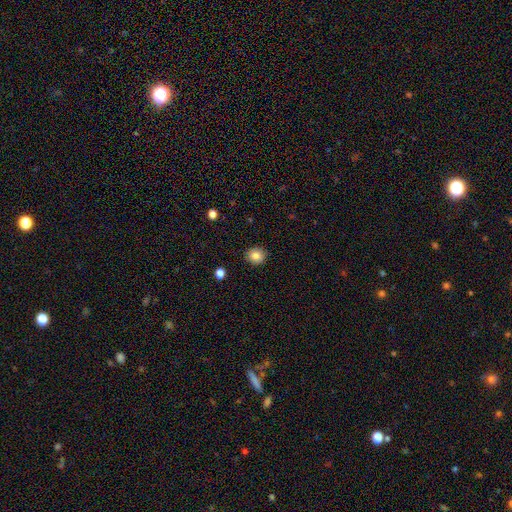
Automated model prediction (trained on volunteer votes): Overall: smooth (84%). How rounded: round (85%). Merging: none (90%).